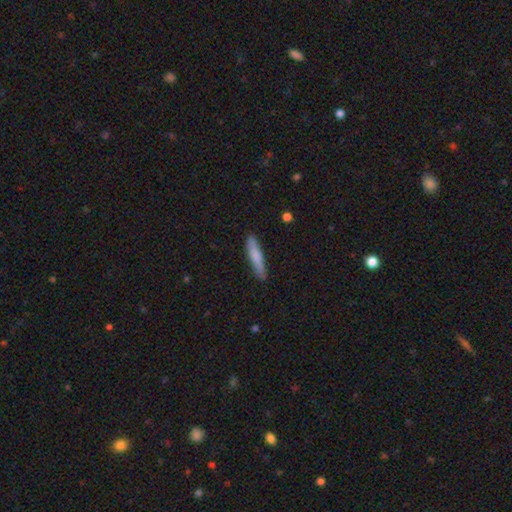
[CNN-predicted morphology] Smooth or featured: smooth — 76% (featured or disk — 19%)
How rounded: cigar-shaped — 89% (in between — 9%)
Merging: none — 86% (minor disturbance — 11%)